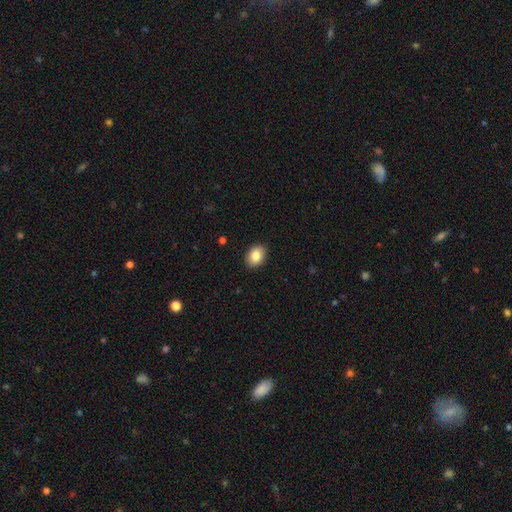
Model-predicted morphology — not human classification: The model was most divided on "how rounded": in between: 73%, round: 26%, cigar-shaped: 1%. More confident: merging — none (90%); smooth or featured — smooth (85%).